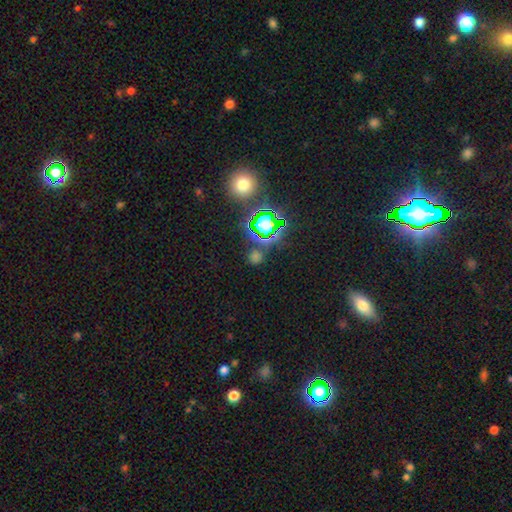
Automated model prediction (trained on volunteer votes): The model was most divided on "smooth or featured": star or artifact: 51%, smooth: 41%, featured or disk: 8%.